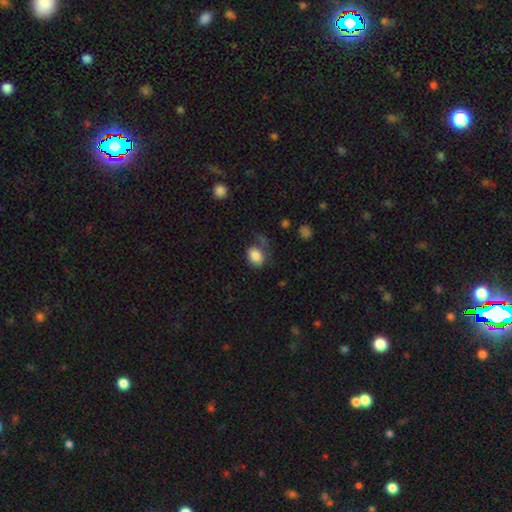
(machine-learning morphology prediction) Smooth or featured? smooth (84%)
How rounded? in between (69%)
Merging? none (57%)